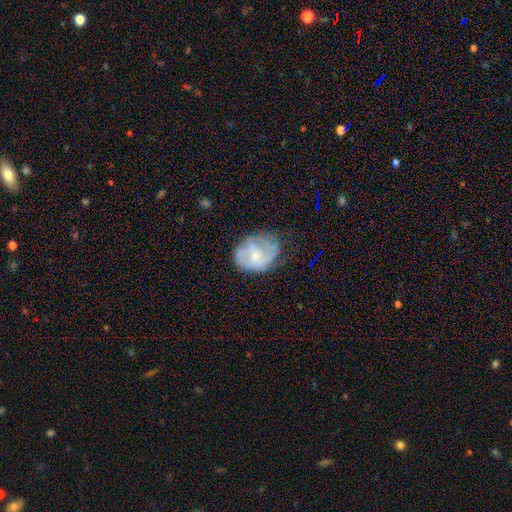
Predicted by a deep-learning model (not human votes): A featured or disk galaxy (63%) with no bar (66%), spiral arms (71%) and a small central bulge (60%). Merging: none (54%).